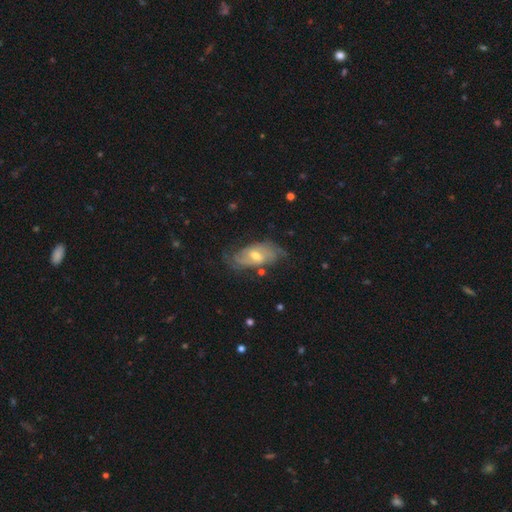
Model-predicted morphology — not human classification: This appears to be a featured or disk galaxy (79%) with a weak bar (51%), 2 (59%) tight (40%, tied with medium) spiral arms (91%) and a moderate central bulge (63%). Merging: none (69%).